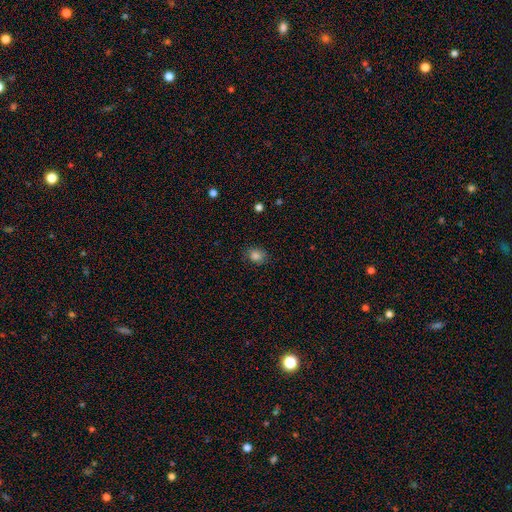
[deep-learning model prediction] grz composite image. It shows a smooth galaxy with no disk features (84%) that is round (54%). Merging: none (83%).